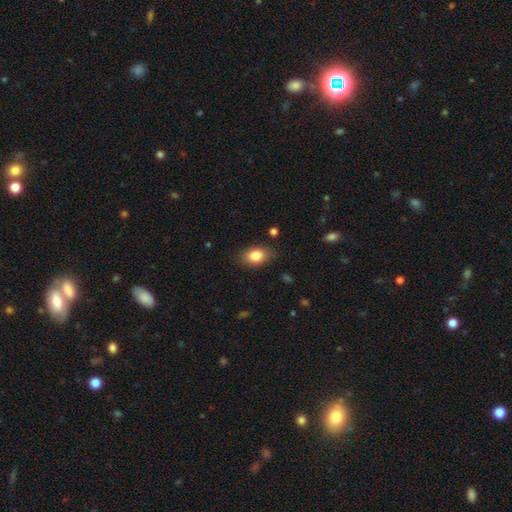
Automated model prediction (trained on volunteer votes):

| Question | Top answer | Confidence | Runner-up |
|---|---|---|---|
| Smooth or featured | smooth | 84% | featured or disk (8%) |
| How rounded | in between | 85% | round (13%) |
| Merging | none | 83% | minor disturbance (13%) |